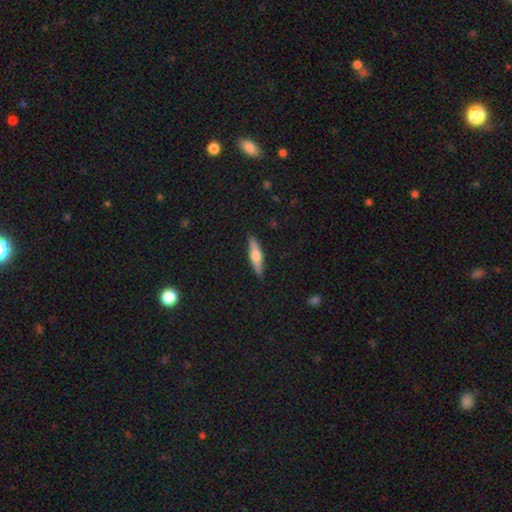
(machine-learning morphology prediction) Q: Smooth or featured?
A: smooth (52%); runner-up: featured or disk (42%)
Q: How rounded?
A: cigar-shaped (71%); runner-up: in between (26%)
Q: Merging?
A: none (90%); runner-up: minor disturbance (8%)